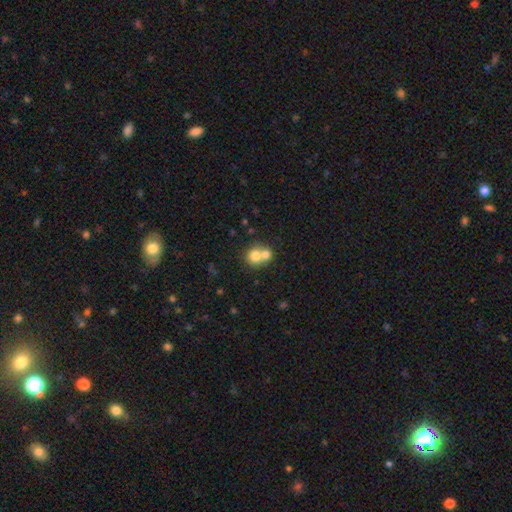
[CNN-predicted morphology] Smooth or featured: smooth — 73% (featured or disk — 17%)
How rounded: round — 81% (in between — 18%)
Merging: merger — 60% (none — 32%)